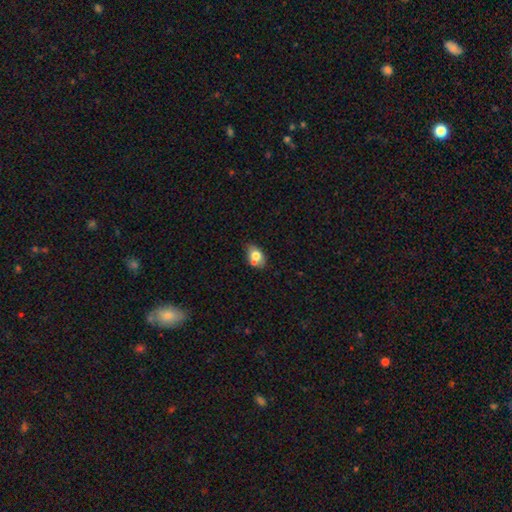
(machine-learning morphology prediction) Smooth or featured? smooth (72%)
How rounded? in between (80%)
Merging? none (54%)